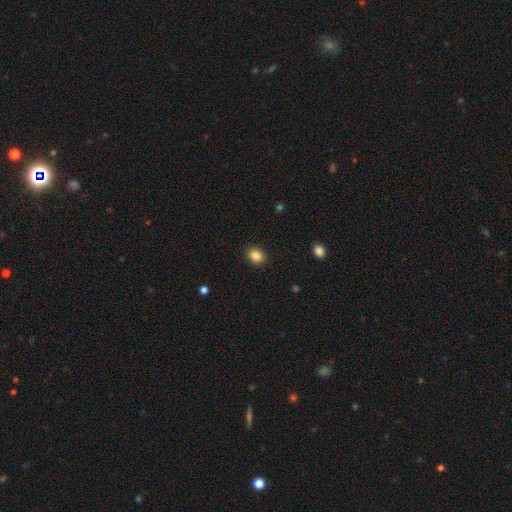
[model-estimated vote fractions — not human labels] Smooth or featured: smooth — 87% (star or artifact — 10%)
How rounded: round — 52% (in between — 47%)
Merging: none — 90% (minor disturbance — 7%)